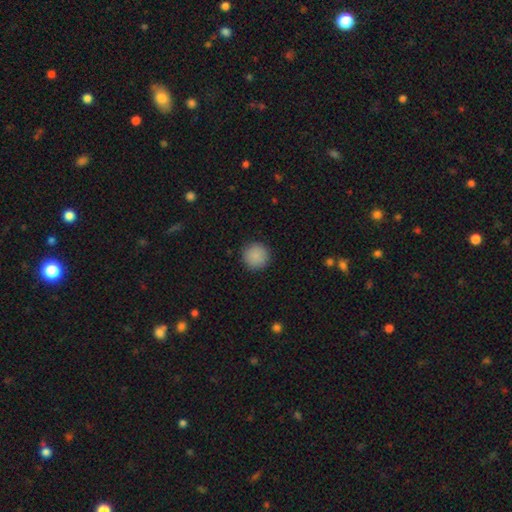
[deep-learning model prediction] smooth 89%, star or artifact 9%, featured or disk 3%. Down the decision tree: how rounded — round (95%); merging — none (92%).